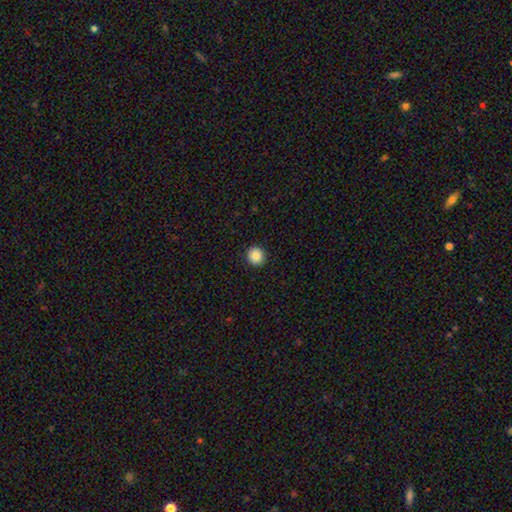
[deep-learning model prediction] smooth 87%, star or artifact 9%, featured or disk 4%. Down the decision tree: how rounded — round (91%); merging — none (92%).